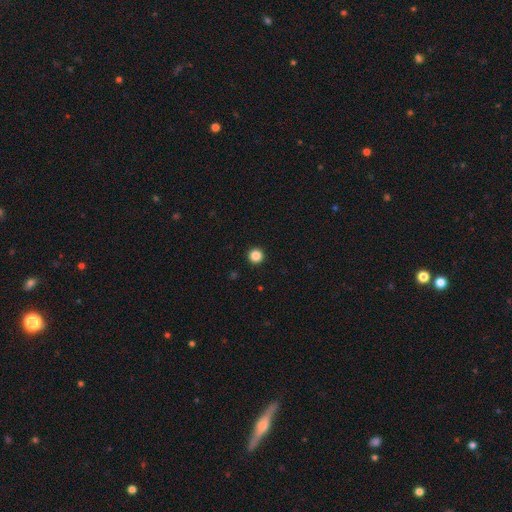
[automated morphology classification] type=smooth (86%); roundness=round (97%); merging=none (94%).